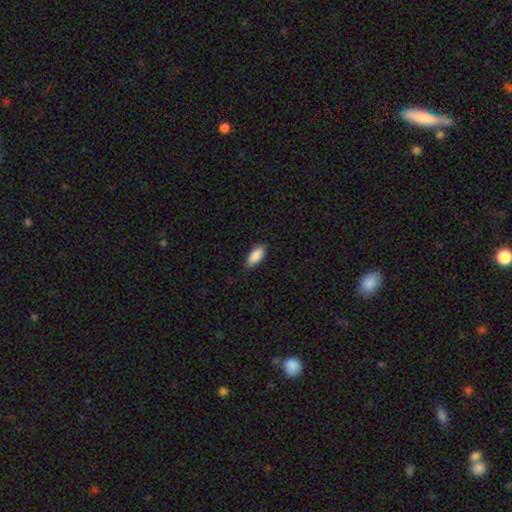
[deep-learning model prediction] Smooth or featured?
  - smooth: 89% *
  - star or artifact: 6%
  - featured or disk: 5%
How rounded?
  - in between: 85% *
  - cigar-shaped: 14%
  - round: 2%
Merging?
  - none: 86% *
  - minor disturbance: 11%
  - major disturbance: 2%
  - merger: 1%